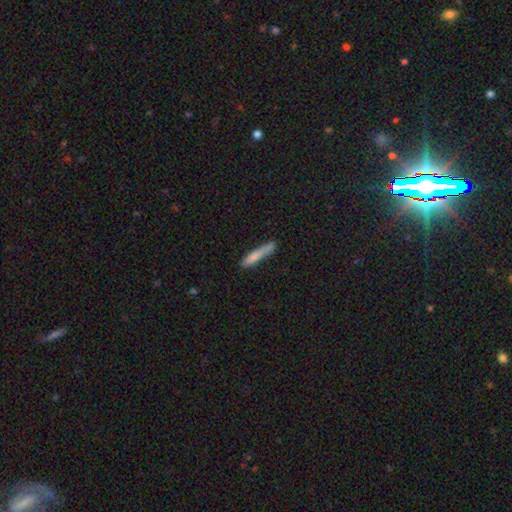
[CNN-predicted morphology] Smooth or featured?
  - smooth: 73% *
  - featured or disk: 20%
  - star or artifact: 7%
How rounded?
  - cigar-shaped: 92% *
  - in between: 7%
  - round: 1%
Merging?
  - none: 66% *
  - minor disturbance: 23%
  - major disturbance: 6%
  - merger: 6%